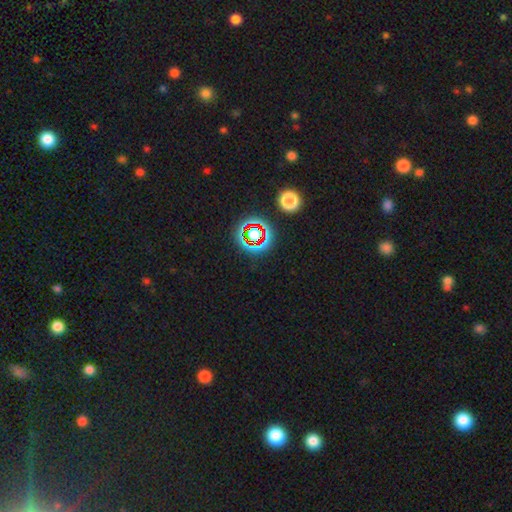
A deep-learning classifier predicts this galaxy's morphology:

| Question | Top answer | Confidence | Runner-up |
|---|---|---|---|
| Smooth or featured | star or artifact | 73% | smooth (16%) |